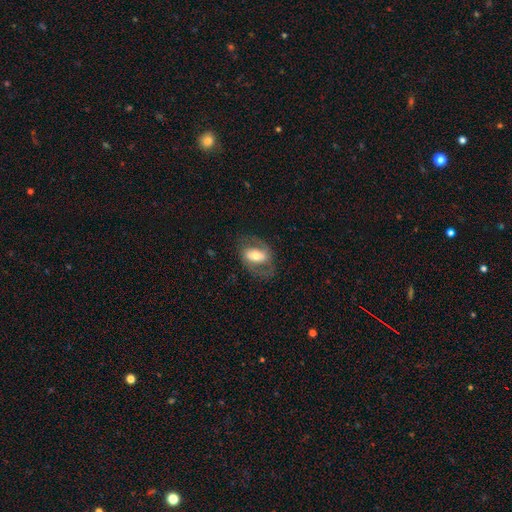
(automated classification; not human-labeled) Smooth or featured? Predicted: featured or disk (p=0.58). Edge-on disk? Predicted: no (p=0.93). Bar? Predicted: strong (p=0.39). Spiral arms? Predicted: yes (p=0.62). Bulge size? Predicted: moderate (p=0.61). Merging? Predicted: none (p=0.70).